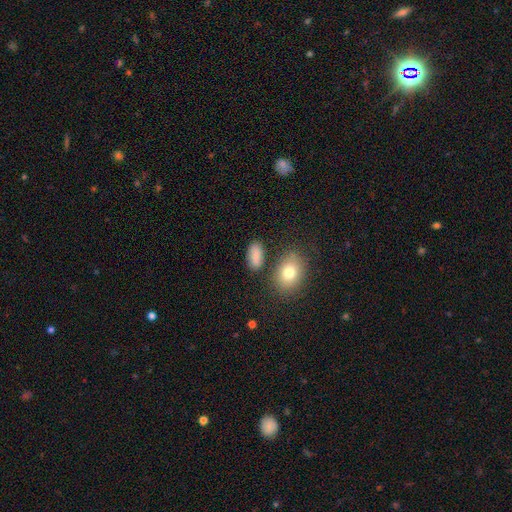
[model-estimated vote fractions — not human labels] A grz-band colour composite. It shows a smooth galaxy with no disk features (83%) that is in between round and cigar-shaped (90%). Merging: none (77%).